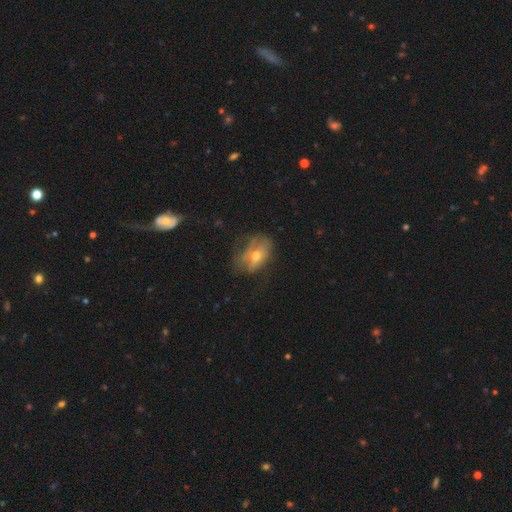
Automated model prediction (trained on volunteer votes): smooth-or-featured: smooth: 46% | featured or disk: 42% | star or artifact: 12%
  merging: none: 42% | minor disturbance: 30% | major disturbance: 25% | merger: 2%